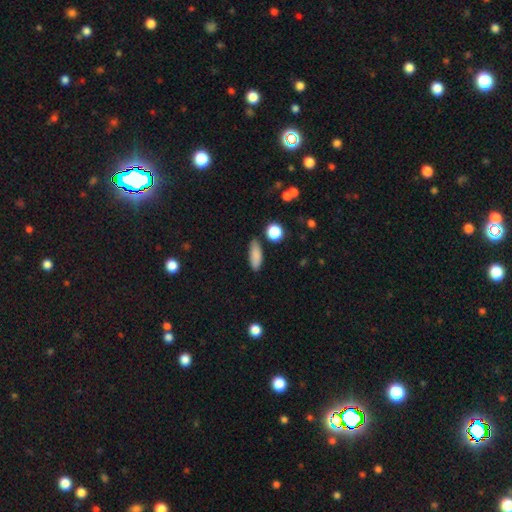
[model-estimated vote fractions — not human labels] Smooth or featured? Predicted: smooth (p=0.86). How rounded? Predicted: in between (p=0.68). Merging? Predicted: none (p=0.81).